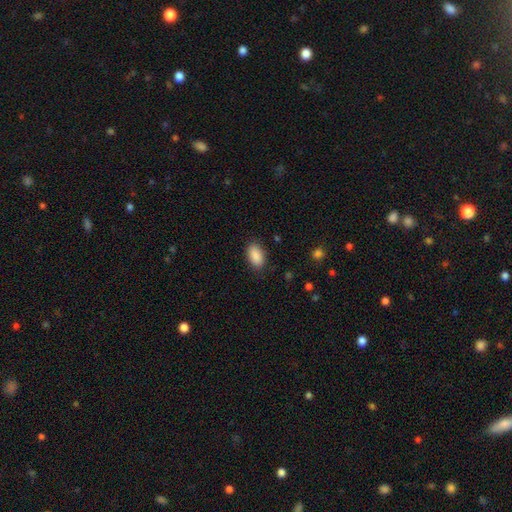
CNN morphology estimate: A smooth galaxy with no disk features (90%) that is in between round and cigar-shaped (93%). Merging: none (86%).